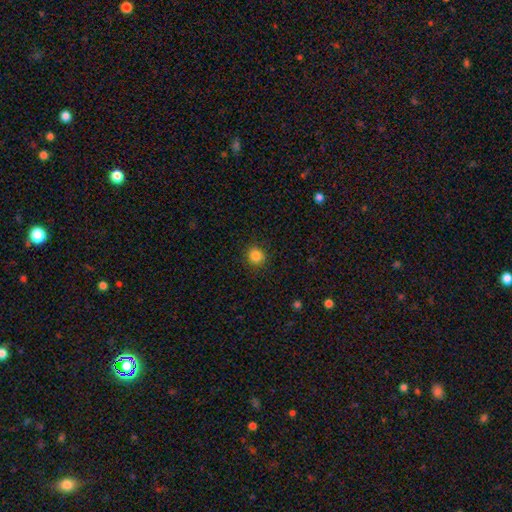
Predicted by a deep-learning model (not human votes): smooth_or_featured: smooth (p=0.85) [alt: star or artifact p=0.11]
how_rounded: round (p=0.88) [alt: in between p=0.11]
merging: none (p=0.89) [alt: minor disturbance p=0.07]